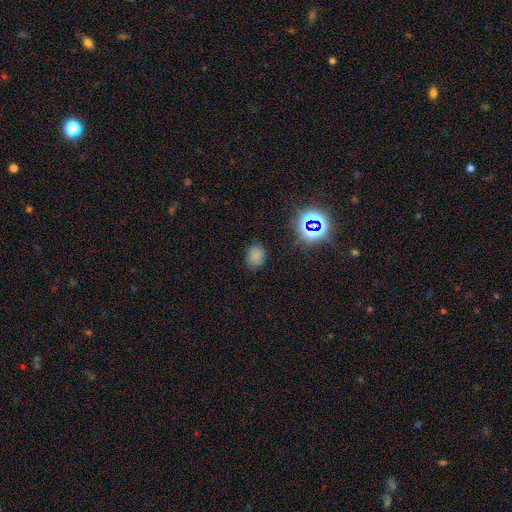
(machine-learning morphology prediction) Overall: smooth (70%). How rounded: round (60%; in between 39%). Merging: none (79%).